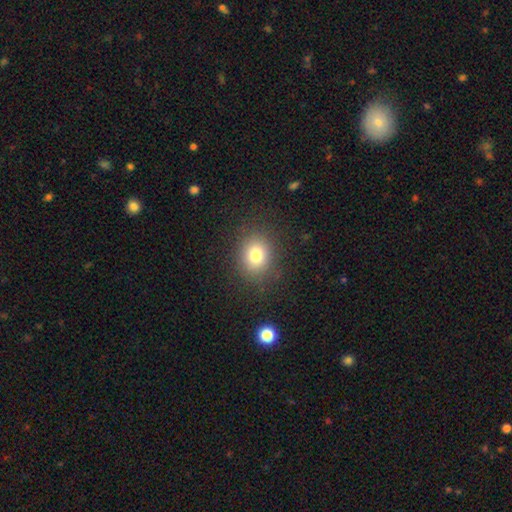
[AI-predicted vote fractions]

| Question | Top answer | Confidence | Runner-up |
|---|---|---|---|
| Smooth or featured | smooth | 79% | star or artifact (12%) |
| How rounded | round | 65% | in between (34%) |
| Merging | none | 86% | minor disturbance (9%) |